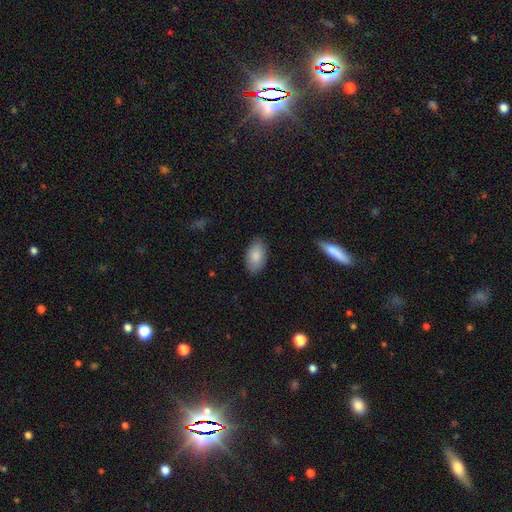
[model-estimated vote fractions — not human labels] A smooth galaxy with no disk features (86%) that is in between round and cigar-shaped (94%).

Vote fractions:
- Smooth or featured? smooth: 86% / featured or disk: 7% / star or artifact: 6%
- How rounded? in between: 94% / round: 4% / cigar-shaped: 2%
- Merging? none: 85% / minor disturbance: 11% / major disturbance: 2% / merger: 1%